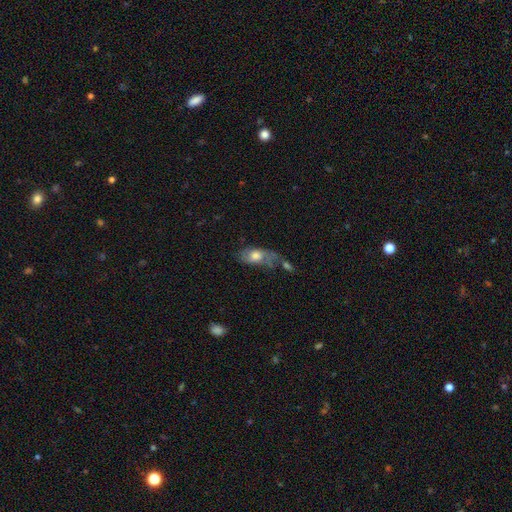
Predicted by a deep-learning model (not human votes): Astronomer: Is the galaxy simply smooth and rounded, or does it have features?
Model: smooth — 52% (runner-up: featured or disk, 40%).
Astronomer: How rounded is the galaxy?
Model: in between — 84%.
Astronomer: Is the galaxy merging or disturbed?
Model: none — 34% (runner-up: minor disturbance, 27%).